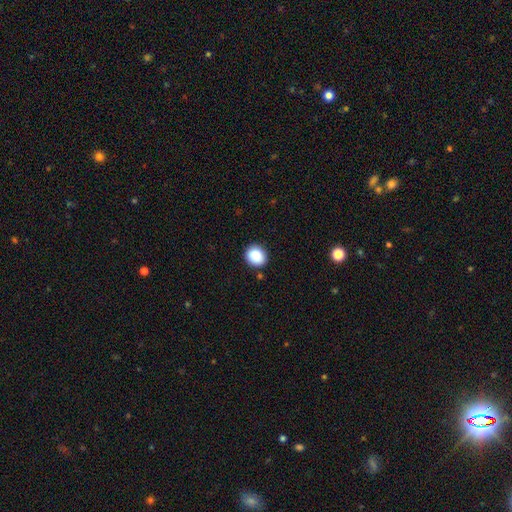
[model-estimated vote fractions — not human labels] This is clearly a smooth galaxy (88%). How rounded: likely round (75%). Merging: clearly none (86%).